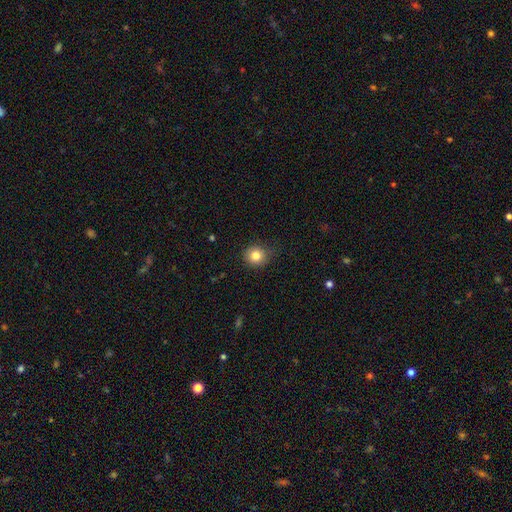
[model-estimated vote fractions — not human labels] Morphology: type=smooth (82%); roundness=round (91%); merging=none (84%).